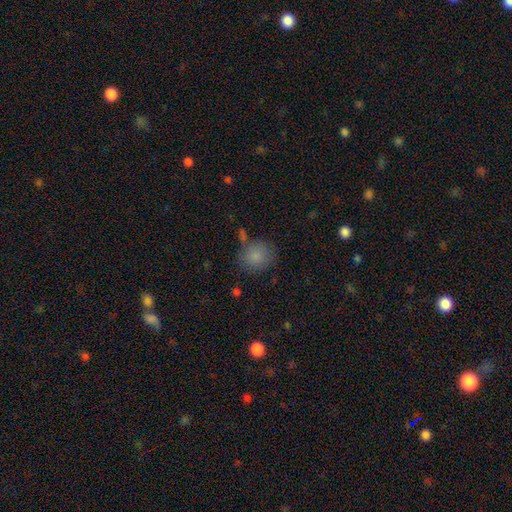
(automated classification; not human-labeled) Q: Smooth or featured?
A: smooth (85%); runner-up: star or artifact (9%)
Q: How rounded?
A: round (85%); runner-up: in between (14%)
Q: Merging?
A: none (72%); runner-up: minor disturbance (15%)